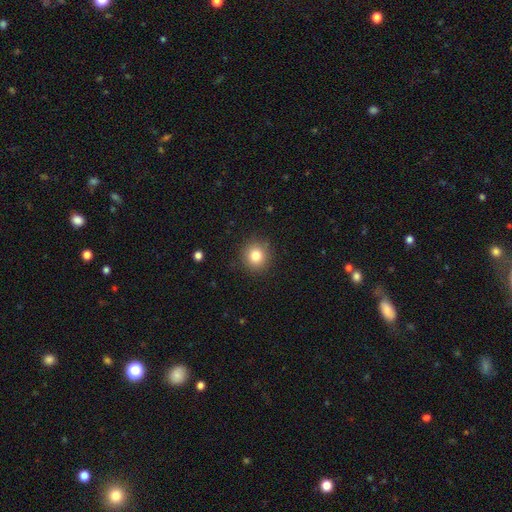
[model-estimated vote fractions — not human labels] smooth 81%, star or artifact 11%, featured or disk 7%. Down the decision tree: how rounded — round (92%); merging — none (89%).